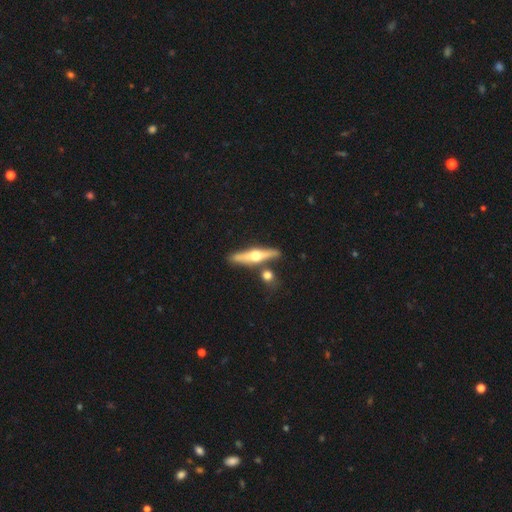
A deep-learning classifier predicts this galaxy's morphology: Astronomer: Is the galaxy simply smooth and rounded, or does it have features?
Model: featured or disk — 69%.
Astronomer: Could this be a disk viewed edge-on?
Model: yes — 94%.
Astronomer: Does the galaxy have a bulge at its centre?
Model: rounded — 96%.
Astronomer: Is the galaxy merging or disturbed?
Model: none — 79%.